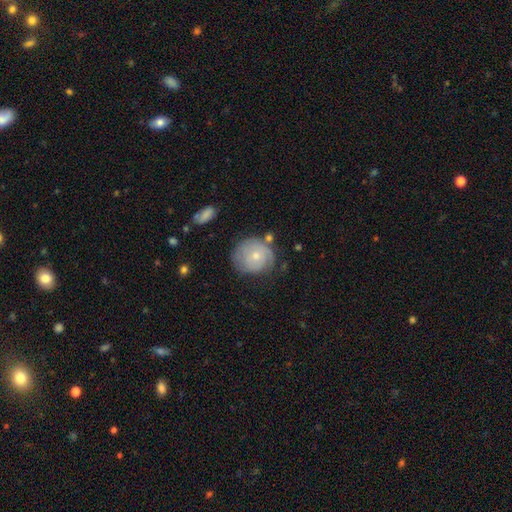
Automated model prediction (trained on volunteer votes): smooth-or-featured: smooth: 49% | featured or disk: 44% | star or artifact: 7%
  merging: none: 62% | minor disturbance: 25% | major disturbance: 9% | merger: 4%